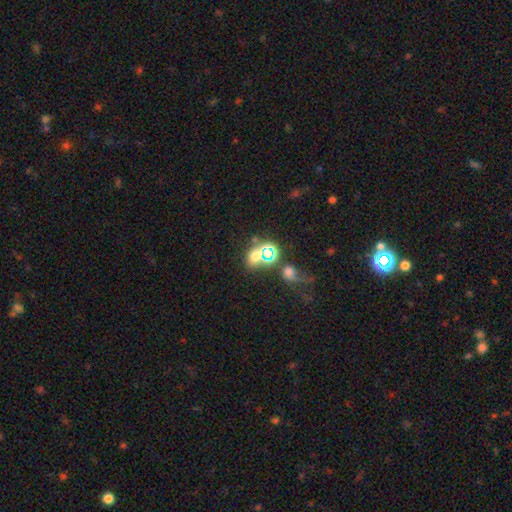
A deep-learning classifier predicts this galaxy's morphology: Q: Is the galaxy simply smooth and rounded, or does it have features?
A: smooth — 46%.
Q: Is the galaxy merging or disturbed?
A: none — 54%.